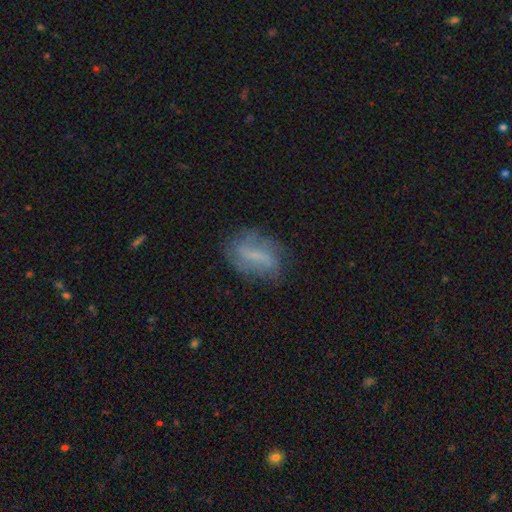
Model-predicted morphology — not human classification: smooth-or-featured: featured or disk: 56% | smooth: 35% | star or artifact: 9%
  disk-edge-on: no: 92% | yes: 8%
    bar: weak: 42% | strong: 38% | no: 20%
    has-spiral-arms: yes: 66% | no: 34%
    bulge-size: none: 43% | small: 39% | moderate: 15% | large: 2% | dominant: 1%
  merging: none: 66% | minor disturbance: 22% | major disturbance: 10% | merger: 2%